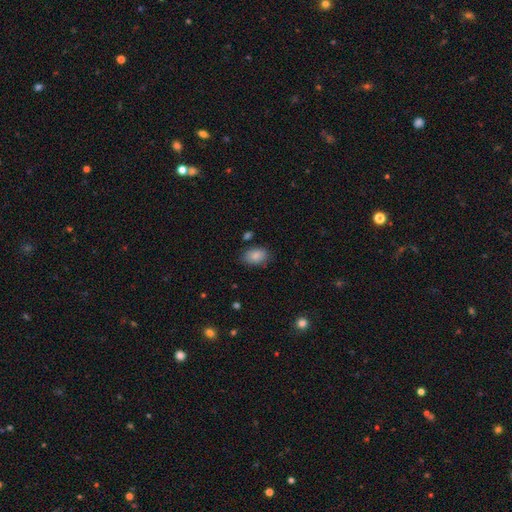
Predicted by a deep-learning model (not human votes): The model was most divided on "merging": none: 78%, minor disturbance: 15%, major disturbance: 4%, merger: 3%. More confident: how rounded — in between (86%); smooth or featured — smooth (85%).